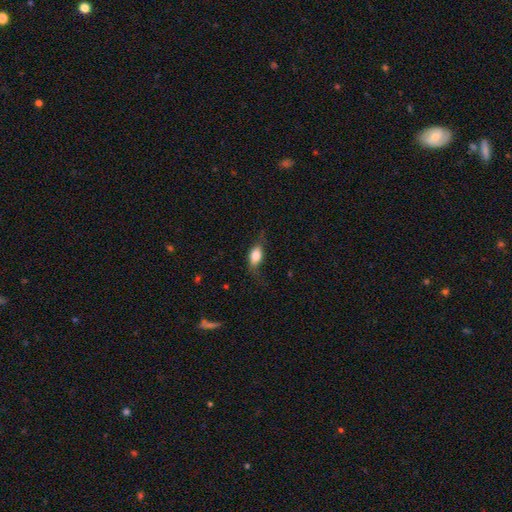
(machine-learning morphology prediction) Q: Smooth or featured?
A: smooth (70%); runner-up: featured or disk (23%)
Q: How rounded?
A: in between (81%); runner-up: round (11%)
Q: Merging?
A: none (55%); runner-up: minor disturbance (27%)